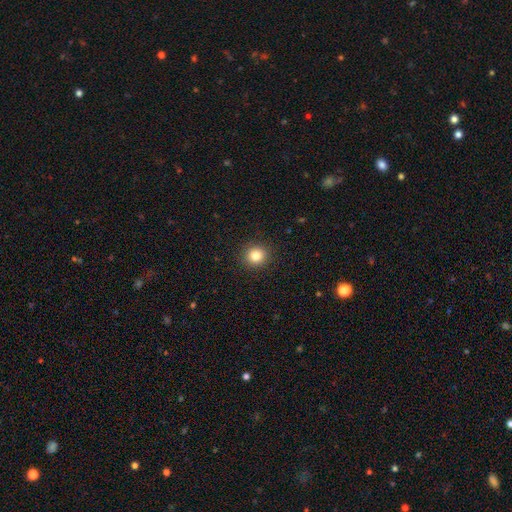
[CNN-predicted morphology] Smooth or featured?
  - smooth: 83% *
  - star or artifact: 11%
  - featured or disk: 6%
How rounded?
  - round: 90% *
  - in between: 9%
  - cigar-shaped: 1%
Merging?
  - none: 92% *
  - minor disturbance: 6%
  - major disturbance: 2%
  - merger: 1%